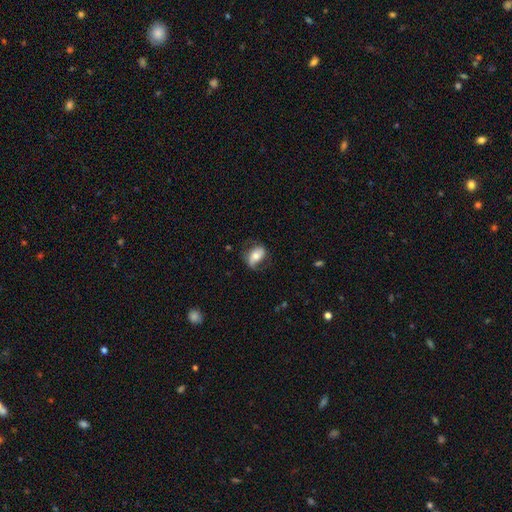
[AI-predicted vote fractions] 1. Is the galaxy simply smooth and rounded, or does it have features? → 48% smooth, 45% featured or disk, 7% star or artifact.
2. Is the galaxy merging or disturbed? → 55% none, 27% minor disturbance, 17% major disturbance, 2% merger.